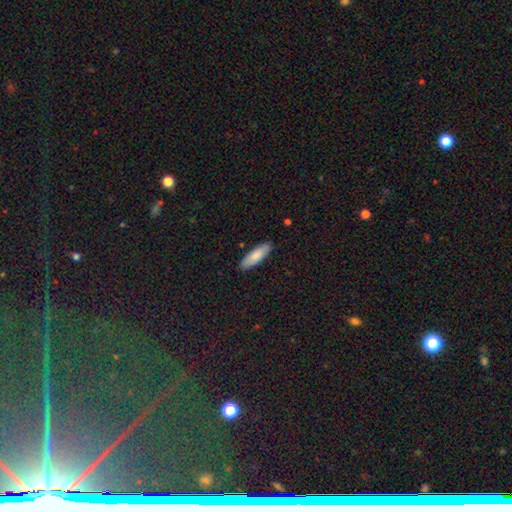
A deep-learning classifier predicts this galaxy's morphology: The model was most divided on "how rounded": in between: 50%, cigar-shaped: 49%, round: 1%. More confident: merging — none (89%); smooth or featured — smooth (83%).